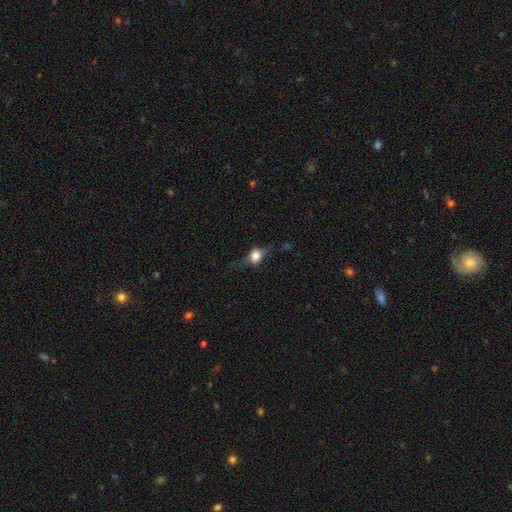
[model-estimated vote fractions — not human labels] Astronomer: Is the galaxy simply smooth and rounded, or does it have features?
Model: smooth — 55% (runner-up: featured or disk, 34%).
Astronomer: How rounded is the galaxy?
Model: round — 51% (runner-up: in between, 44%).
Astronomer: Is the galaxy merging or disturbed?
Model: none — 61%.